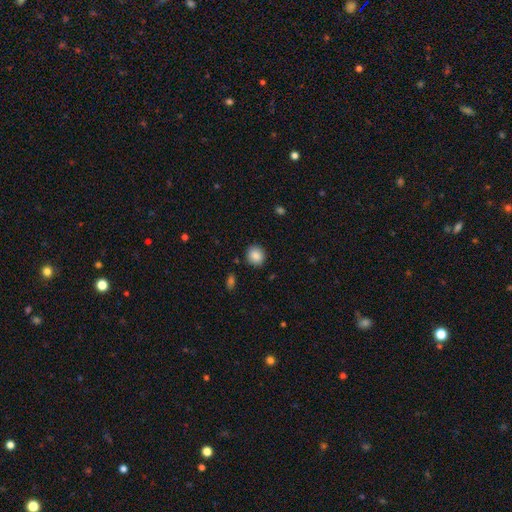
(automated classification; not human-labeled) Smooth or featured? Predicted: smooth (p=0.87). How rounded? Predicted: round (p=0.84). Merging? Predicted: none (p=0.89).